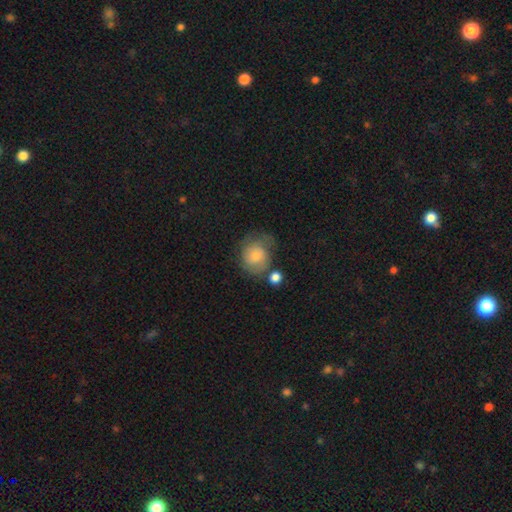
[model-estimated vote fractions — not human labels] The model was most divided on "merging": none: 44%, minor disturbance: 27%, major disturbance: 19%, merger: 10%. More confident: how rounded — round (73%); smooth or featured — smooth (63%).